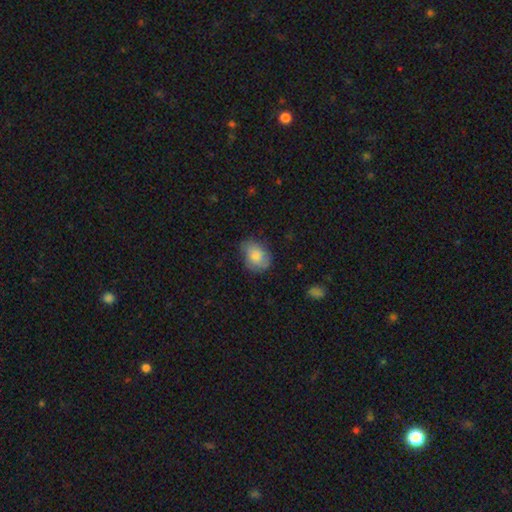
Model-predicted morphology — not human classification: smooth-or-featured: smooth: 80% | featured or disk: 13% | star or artifact: 7%
  how-rounded: in between: 70% | round: 29% | cigar-shaped: 1%
  merging: none: 63% | minor disturbance: 29% | major disturbance: 7% | merger: 1%